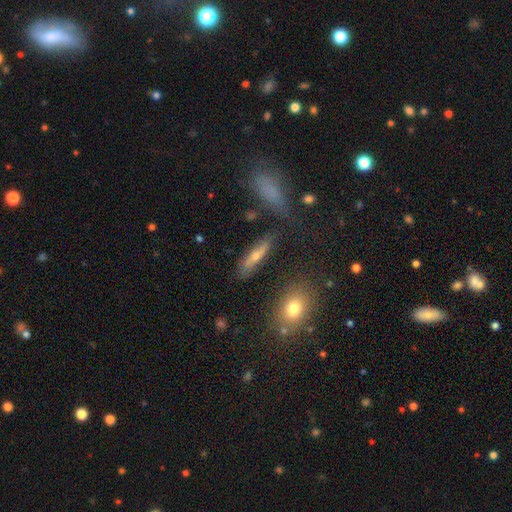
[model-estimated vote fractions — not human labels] smooth_or_featured: smooth (p=0.47) [alt: featured or disk p=0.41]
merging: none (p=0.77) [alt: minor disturbance p=0.13]